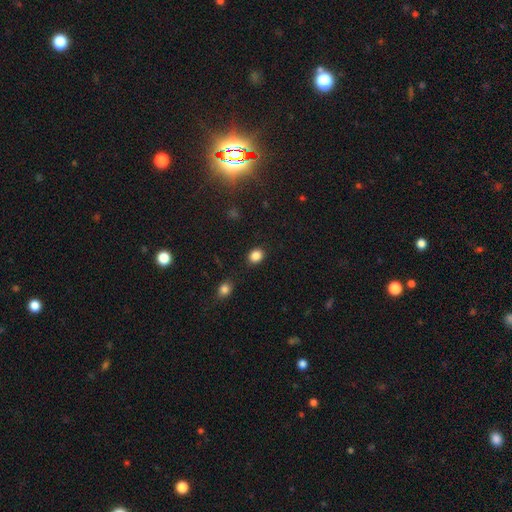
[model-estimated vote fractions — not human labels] Smooth or featured: smooth — 85% (star or artifact — 11%)
How rounded: round — 56% (in between — 43%)
Merging: none — 85% (minor disturbance — 10%)